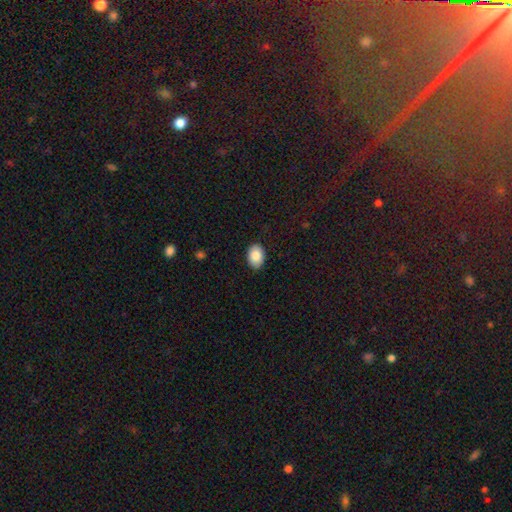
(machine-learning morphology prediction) The model was most divided on "how rounded": in between: 84%, round: 15%, cigar-shaped: 1%. More confident: merging — none (88%); smooth or featured — smooth (84%).